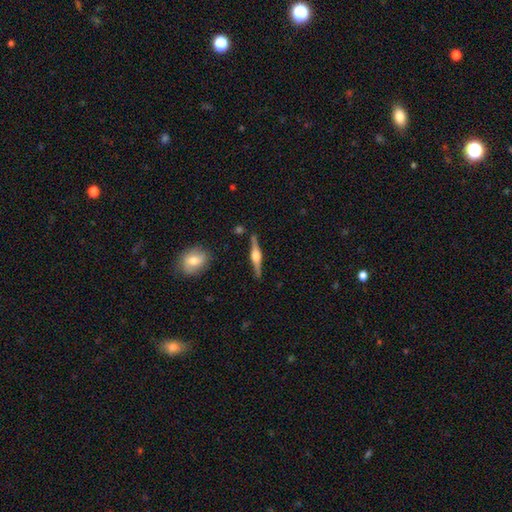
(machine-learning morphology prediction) Smooth or featured: featured or disk — 79% (smooth — 16%)
Edge-on disk: yes — 98% (no — 2%)
Edge-on bulge: rounded — 91% (boxy — 7%)
Merging: none — 88% (minor disturbance — 8%)